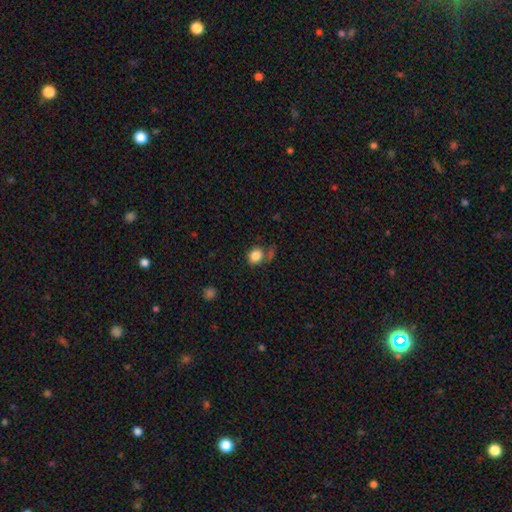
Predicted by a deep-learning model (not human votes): smooth_or_featured: smooth (p=0.84) [alt: star or artifact p=0.10]
how_rounded: round (p=0.56) [alt: in between p=0.43]
merging: none (p=0.58) [alt: minor disturbance p=0.20]